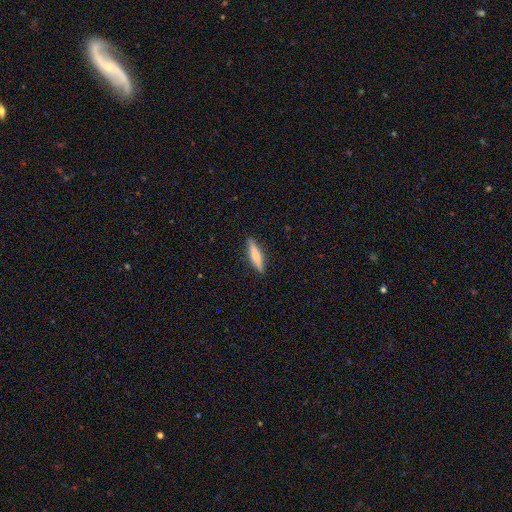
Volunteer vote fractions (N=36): smooth_or_featured: smooth (p=0.72) [alt: featured or disk p=0.17]
how_rounded: cigar-shaped (p=0.88) [alt: in between p=0.12]
merging: none (p=1.00)